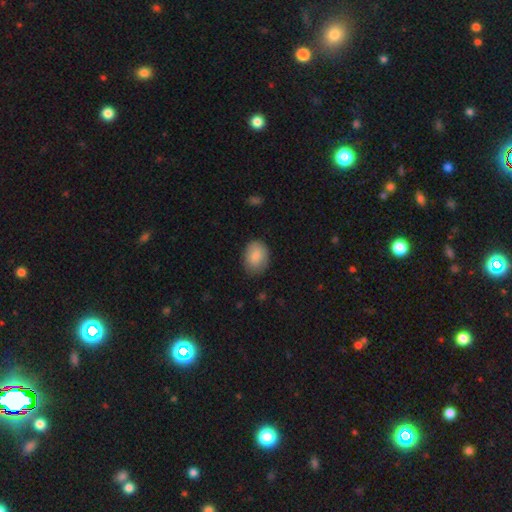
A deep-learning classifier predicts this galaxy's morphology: The model was most divided on "how rounded": in between: 72%, round: 27%, cigar-shaped: 1%. More confident: smooth or featured — smooth (86%); merging — none (78%).